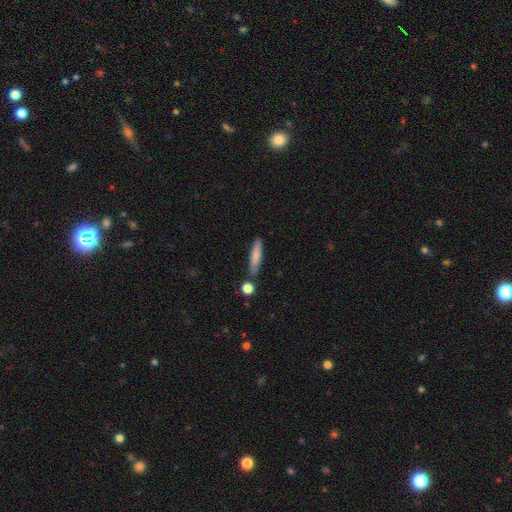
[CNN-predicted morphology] type=smooth (77%); roundness=cigar-shaped (85%); merging=none (78%).